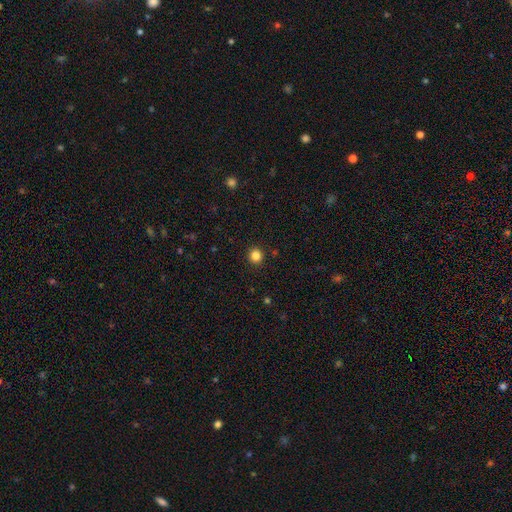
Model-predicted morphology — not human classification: A smooth galaxy with no disk features (84%) that is round (92%). Merging: none (92%).